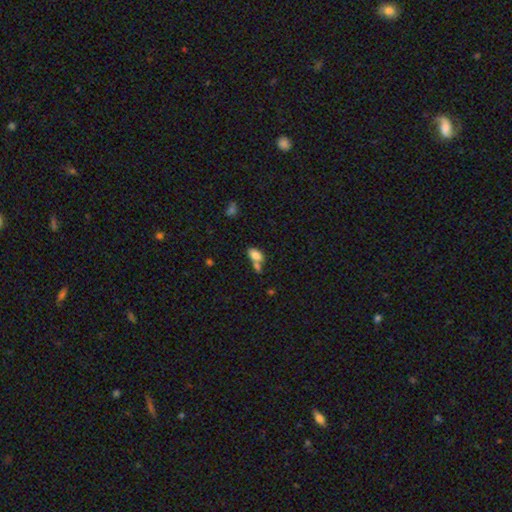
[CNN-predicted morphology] This is likely a smooth galaxy (80%). How rounded: clearly in between (90%). Merging: marginally merger (44%).